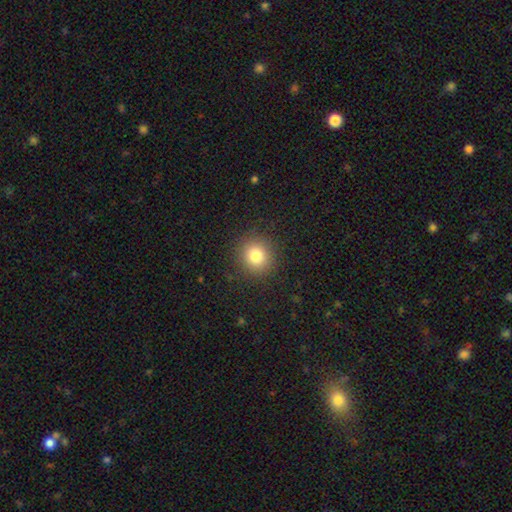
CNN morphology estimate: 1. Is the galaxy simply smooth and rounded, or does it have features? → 81% smooth, 12% star or artifact, 7% featured or disk.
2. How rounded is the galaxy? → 89% round, 10% in between, 1% cigar-shaped.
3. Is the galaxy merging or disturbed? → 89% none, 7% minor disturbance, 3% major disturbance, 1% merger.